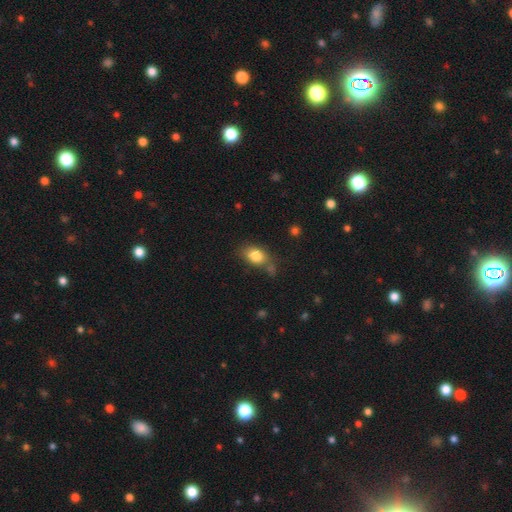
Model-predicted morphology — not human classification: type=smooth (83%); roundness=in between (80%); merging=none (61%).